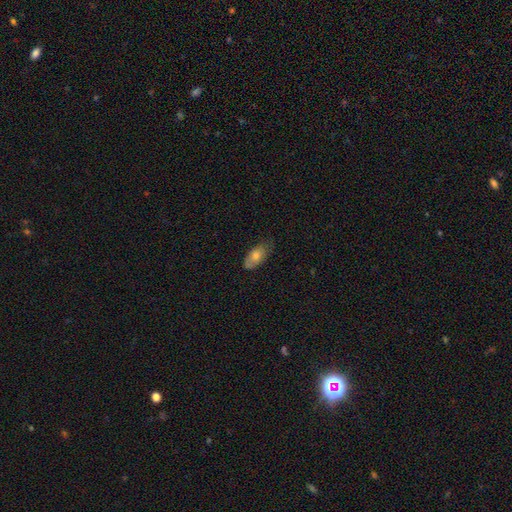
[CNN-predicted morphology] This appears to be a smooth galaxy with no disk features (67%) that is in between round and cigar-shaped (87%). Merging: none (68%).